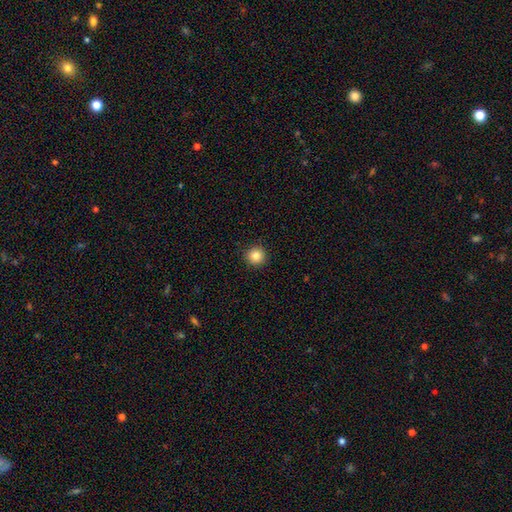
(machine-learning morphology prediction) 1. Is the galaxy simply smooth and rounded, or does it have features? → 84% smooth, 11% star or artifact, 6% featured or disk.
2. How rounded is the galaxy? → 95% round, 4% in between, 1% cigar-shaped.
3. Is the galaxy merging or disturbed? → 92% none, 5% minor disturbance, 2% major disturbance, 1% merger.